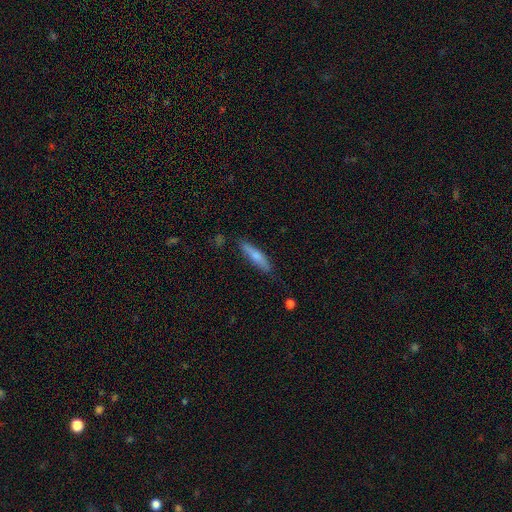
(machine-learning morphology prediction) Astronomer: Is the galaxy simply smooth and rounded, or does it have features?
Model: smooth — 66%.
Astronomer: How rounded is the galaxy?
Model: cigar-shaped — 84%.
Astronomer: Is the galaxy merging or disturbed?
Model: none — 83%.